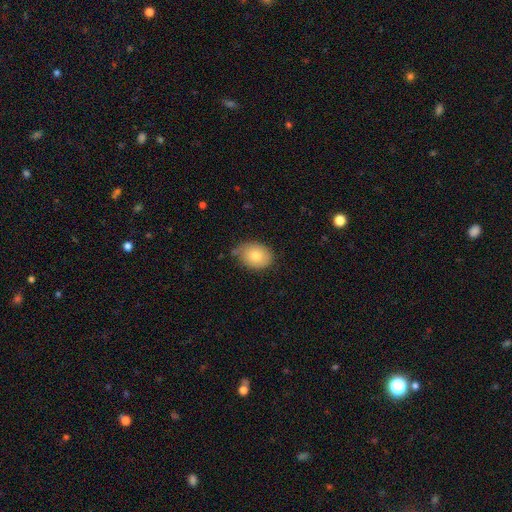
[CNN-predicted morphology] type=smooth (79%); roundness=in between (65%); merging=none (65%).